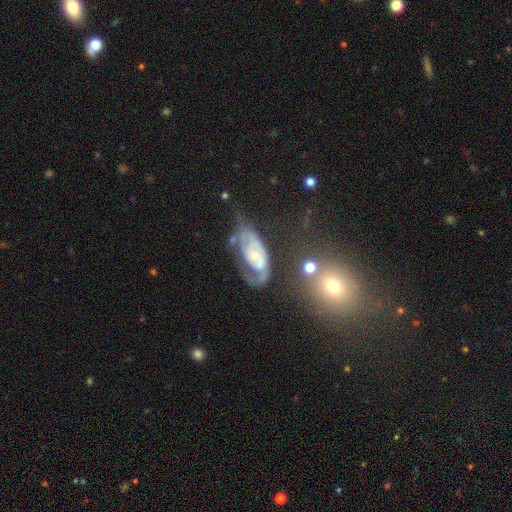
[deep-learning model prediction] Morphology: type=featured or disk (77%); edge-on=no (95%); bar=no (75%); spiral arms=yes (80%); winding=tight (56%); arm count=2 (32%, tied with can't tell); bulge=small (53%); merging=none (34%).